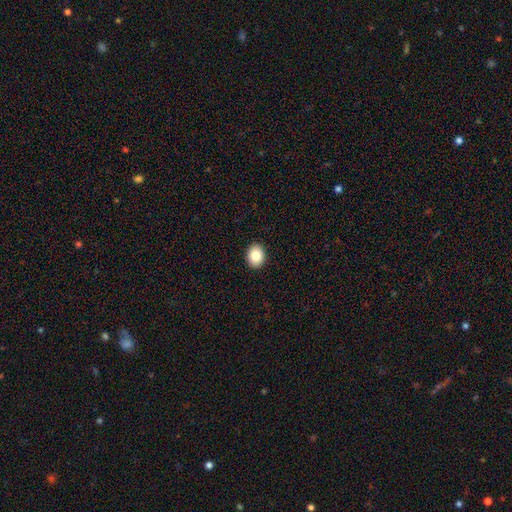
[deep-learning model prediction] smooth_or_featured: smooth (p=0.85) [alt: star or artifact p=0.08]
how_rounded: in between (p=0.60) [alt: round p=0.39]
merging: none (p=0.92) [alt: minor disturbance p=0.06]